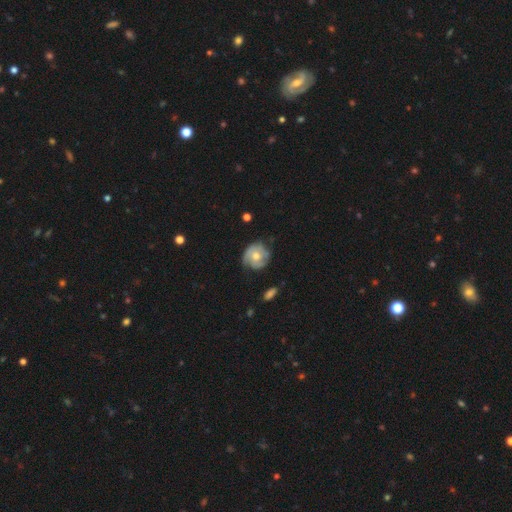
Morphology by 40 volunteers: featured or disk 62%, smooth 28%, star or artifact 10%. Down the decision tree: edge-on disk — no (96%); bar — no (75%); spiral arms — yes (79%); spiral arm count — 2 (58%); spiral winding — tight (58%); bulge size — moderate (83%); merging — none (53%).